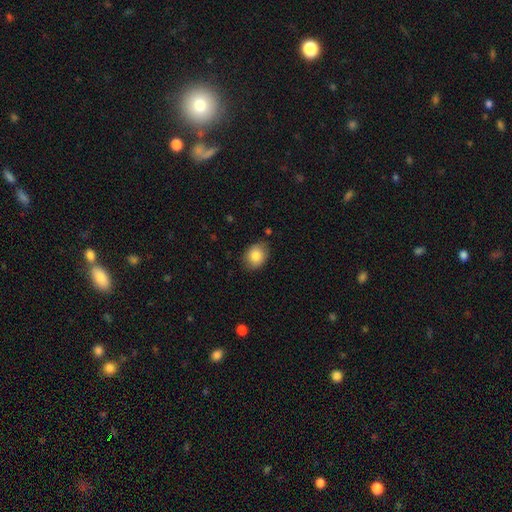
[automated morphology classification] A smooth galaxy with no disk features (84%) that is in between round and cigar-shaped (59%). Merging: none (83%).